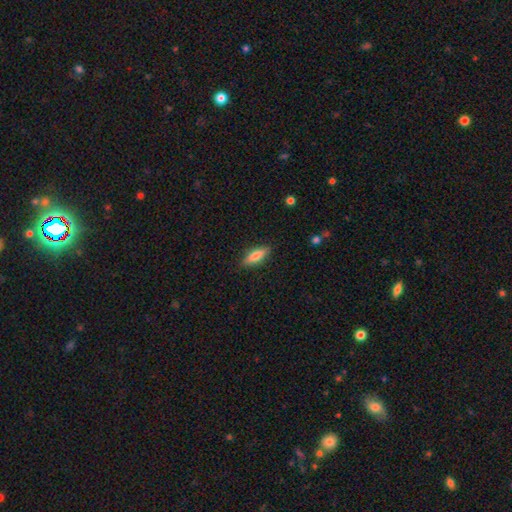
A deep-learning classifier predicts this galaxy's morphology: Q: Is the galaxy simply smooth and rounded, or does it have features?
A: smooth — 68%.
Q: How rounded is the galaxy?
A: in between — 51%.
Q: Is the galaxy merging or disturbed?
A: none — 86%.